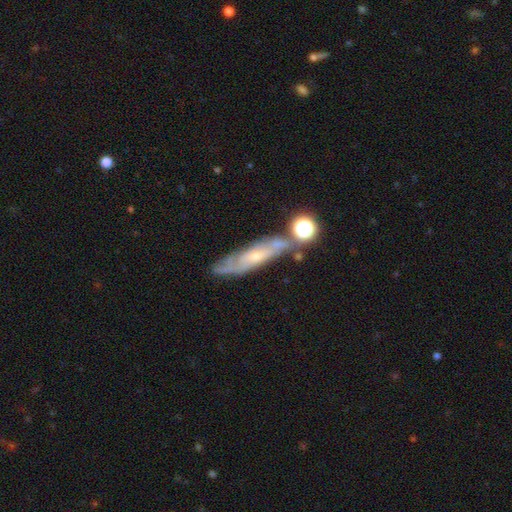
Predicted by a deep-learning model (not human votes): Q: Smooth or featured?
A: featured or disk (68%); runner-up: smooth (21%)
Q: Edge-on disk?
A: no (64%); runner-up: yes (36%)
Q: Merging?
A: none (60%); runner-up: minor disturbance (20%)